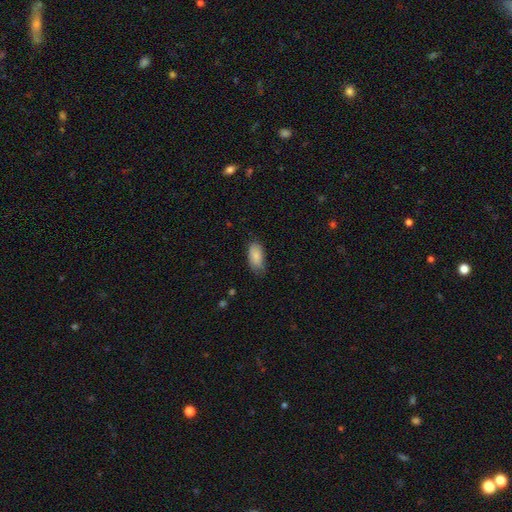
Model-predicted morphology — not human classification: smooth_or_featured: smooth (p=0.86) [alt: featured or disk p=0.08]
how_rounded: in between (p=0.93) [alt: cigar-shaped p=0.05]
merging: none (p=0.71) [alt: minor disturbance p=0.24]